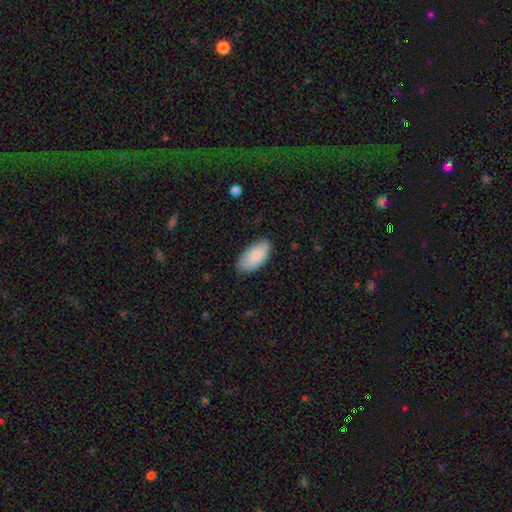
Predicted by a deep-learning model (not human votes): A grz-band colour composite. It shows a smooth galaxy with no disk features (84%) that is in between round and cigar-shaped (95%). Merging: none (80%).